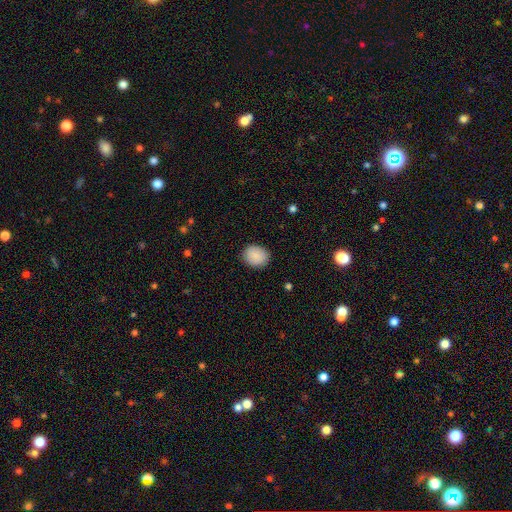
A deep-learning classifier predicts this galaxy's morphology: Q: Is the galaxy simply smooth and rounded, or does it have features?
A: smooth — 89%.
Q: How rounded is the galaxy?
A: round — 63%.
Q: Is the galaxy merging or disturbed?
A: none — 89%.